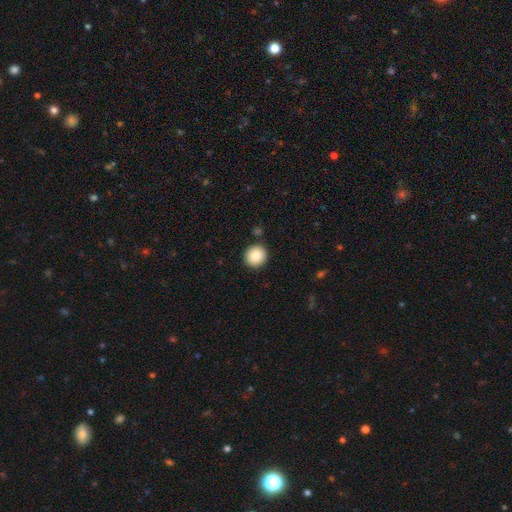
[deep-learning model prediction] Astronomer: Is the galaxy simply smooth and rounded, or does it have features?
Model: smooth — 86%.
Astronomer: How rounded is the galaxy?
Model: round — 93%.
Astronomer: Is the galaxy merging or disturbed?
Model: none — 89%.